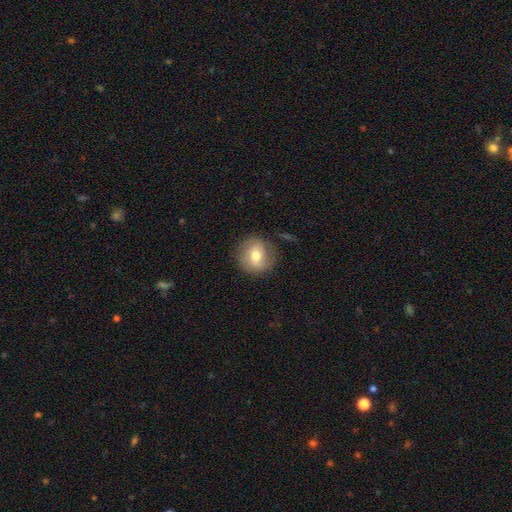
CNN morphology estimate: Q: Smooth or featured?
A: smooth (64%); runner-up: featured or disk (27%)
Q: How rounded?
A: round (85%); runner-up: in between (14%)
Q: Merging?
A: none (79%); runner-up: minor disturbance (14%)